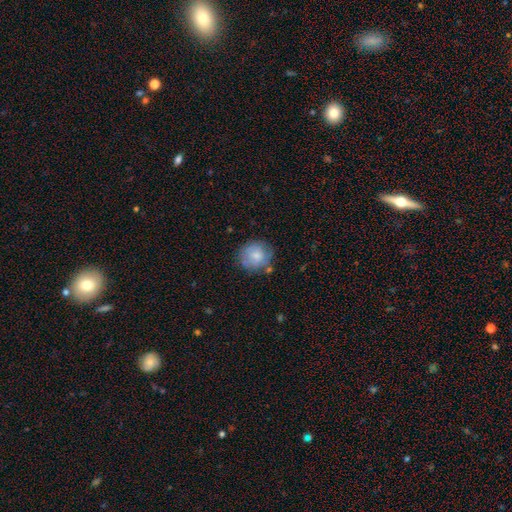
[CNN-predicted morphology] This appears to be a smooth galaxy with no disk features (71%) that is round (86%). Merging: none (69%).